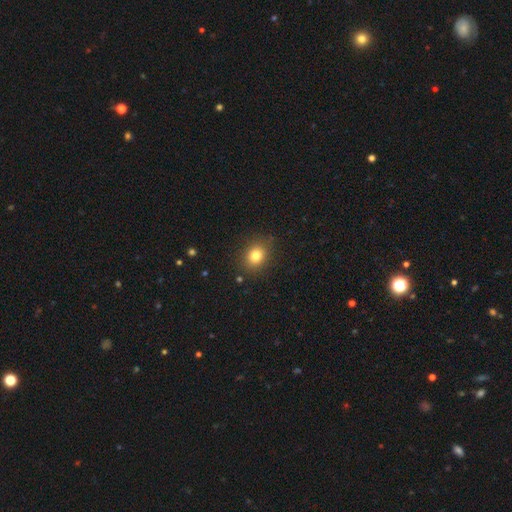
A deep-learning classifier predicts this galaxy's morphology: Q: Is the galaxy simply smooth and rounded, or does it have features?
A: smooth — 81%.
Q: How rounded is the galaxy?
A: round — 56%.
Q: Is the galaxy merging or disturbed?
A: none — 86%.